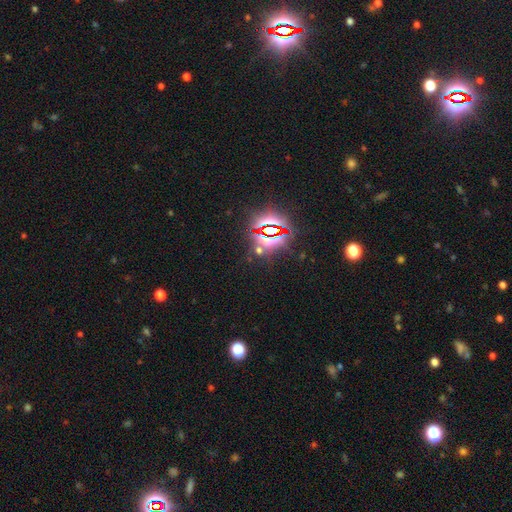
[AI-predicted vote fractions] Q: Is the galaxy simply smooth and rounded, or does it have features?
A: star or artifact — 83%.